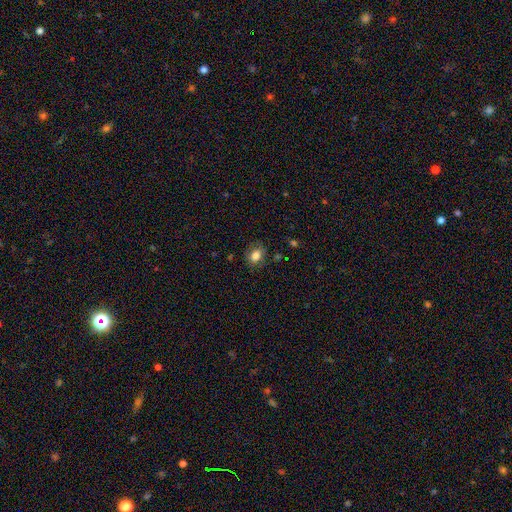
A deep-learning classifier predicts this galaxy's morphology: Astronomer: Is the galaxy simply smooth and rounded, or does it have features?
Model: smooth — 80%.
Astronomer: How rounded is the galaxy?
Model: in between — 56% (runner-up: round, 43%).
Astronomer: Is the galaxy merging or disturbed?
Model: none — 77%.